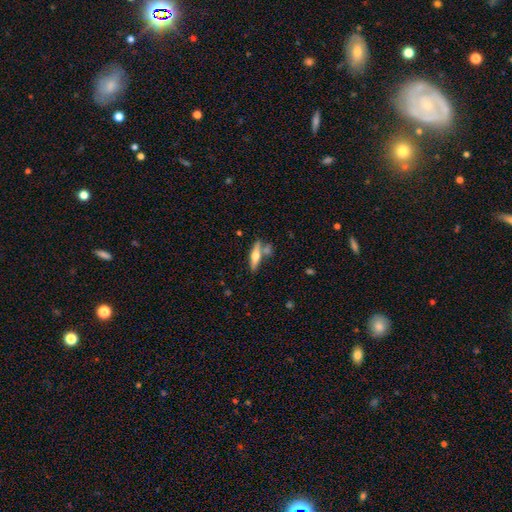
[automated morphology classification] Smooth or featured?
  - featured or disk: 49% *
  - smooth: 45%
  - star or artifact: 6%
Merging?
  - none: 64% *
  - merger: 19%
  - minor disturbance: 13%
  - major disturbance: 4%